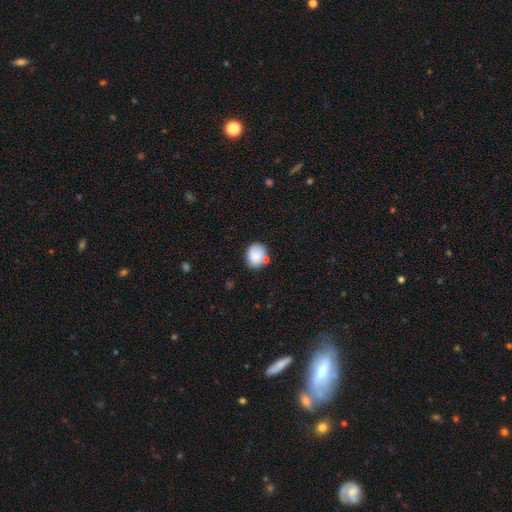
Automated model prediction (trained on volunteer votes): Overall: smooth (83%). How rounded: round (63%; in between 37%). Merging: none (65%).